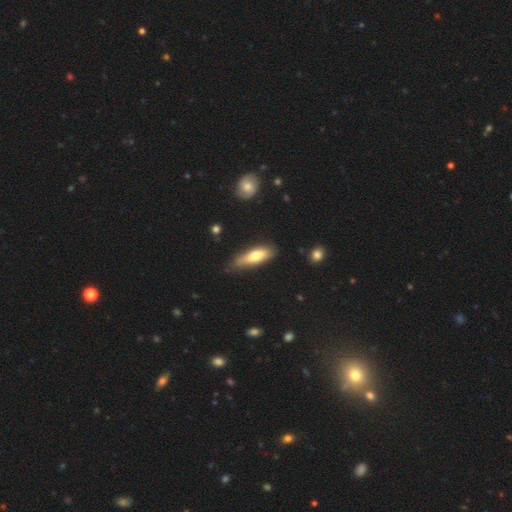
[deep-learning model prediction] smooth-or-featured: smooth: 67% | featured or disk: 28% | star or artifact: 5%
  how-rounded: cigar-shaped: 53% | in between: 45% | round: 2%
  merging: none: 67% | minor disturbance: 26% | major disturbance: 5% | merger: 3%